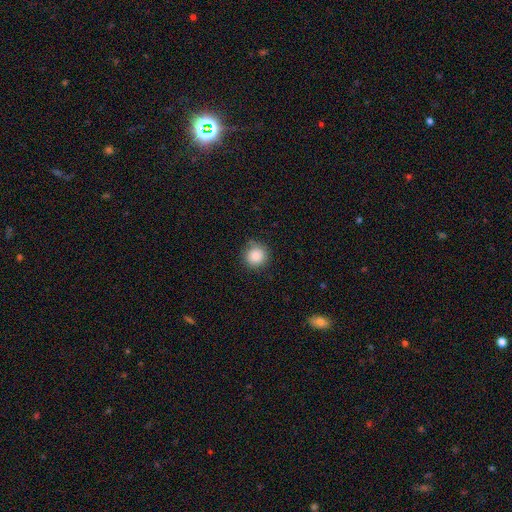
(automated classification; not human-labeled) The model was most divided on "merging": none: 82%, minor disturbance: 14%, major disturbance: 3%, merger: 1%. More confident: how rounded — round (94%); smooth or featured — smooth (87%).